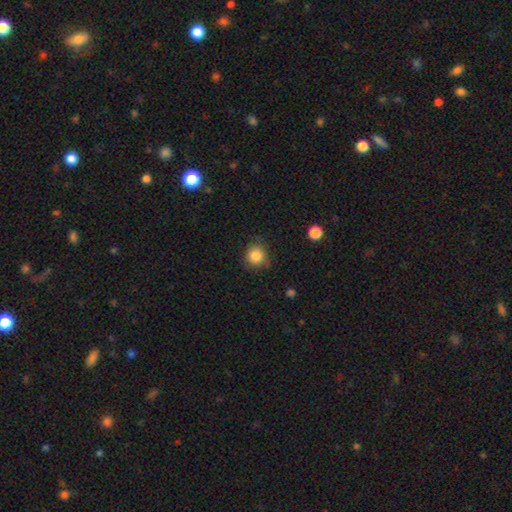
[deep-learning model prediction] This appears to be a smooth galaxy with no disk features (85%) that is round (89%). Merging: none (80%).